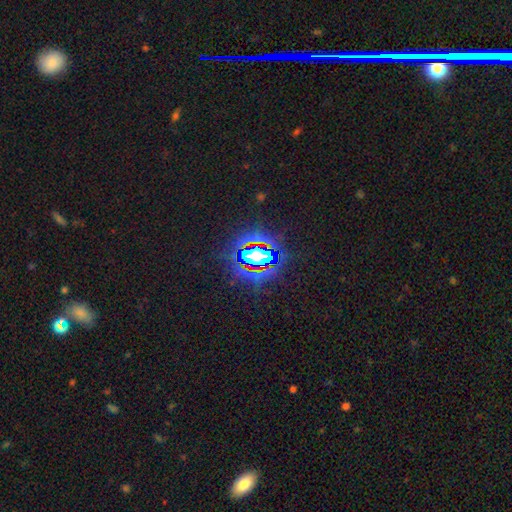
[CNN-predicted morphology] Smooth or featured? Predicted: star or artifact (p=0.74).